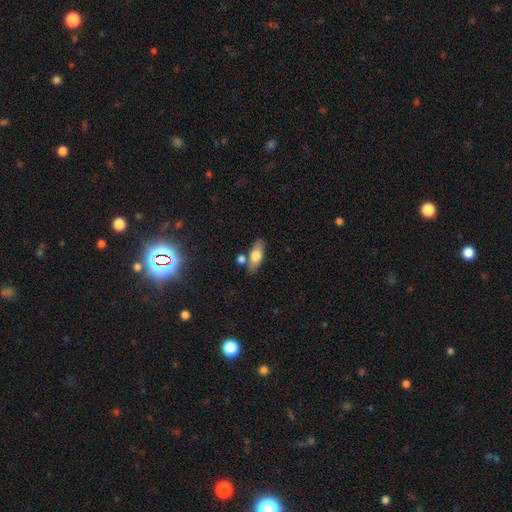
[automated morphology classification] type=smooth (72%); roundness=in between (79%); merging=none (71%).